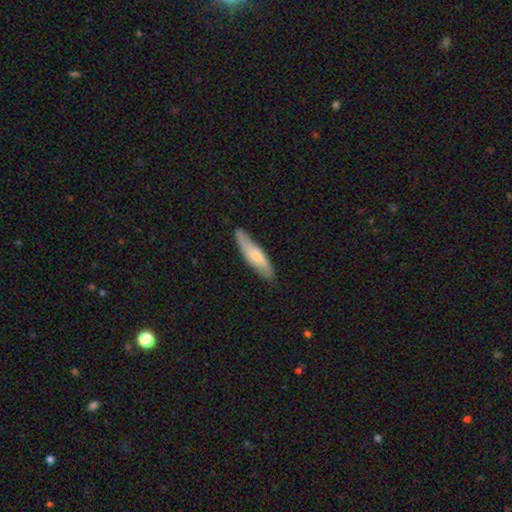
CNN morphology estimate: The model was most divided on "smooth or featured": smooth: 56%, featured or disk: 39%, star or artifact: 5%. More confident: merging — none (82%); how rounded — cigar-shaped (71%).